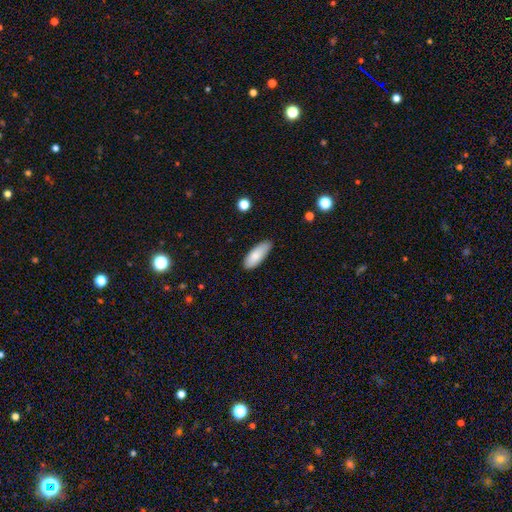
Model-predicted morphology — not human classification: The model was most divided on "how rounded": in between: 74%, cigar-shaped: 24%, round: 2%. More confident: smooth or featured — smooth (84%); merging — none (82%).